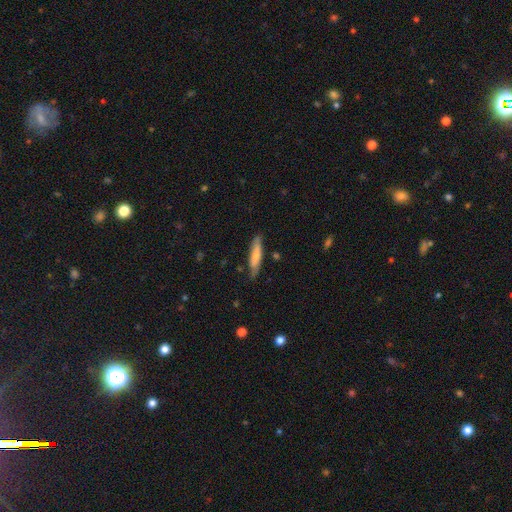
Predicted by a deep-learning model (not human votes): smooth_or_featured: smooth (p=0.66) [alt: featured or disk p=0.28]
how_rounded: cigar-shaped (p=0.85) [alt: in between p=0.14]
merging: none (p=0.79) [alt: minor disturbance p=0.17]